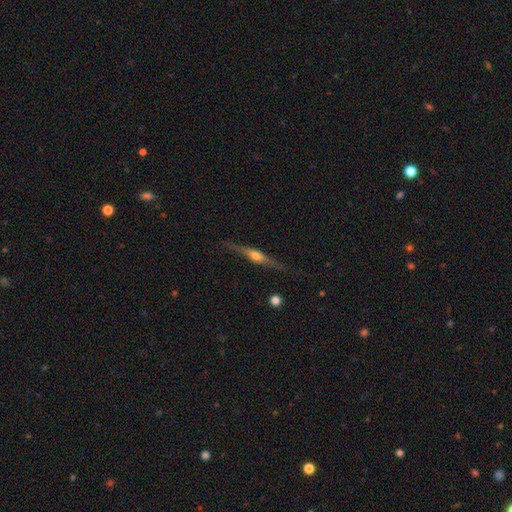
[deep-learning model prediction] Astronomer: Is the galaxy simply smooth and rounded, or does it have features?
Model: featured or disk — 74%.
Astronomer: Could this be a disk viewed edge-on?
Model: yes — 97%.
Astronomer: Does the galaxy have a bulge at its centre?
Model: rounded — 88%.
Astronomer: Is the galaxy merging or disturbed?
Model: none — 85%.